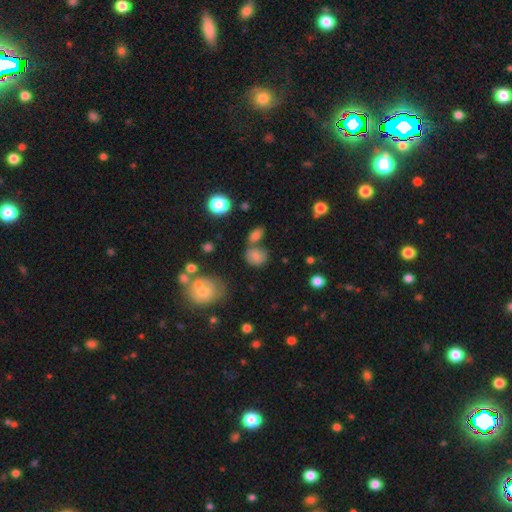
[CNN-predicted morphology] Q: Smooth or featured?
A: smooth (74%); runner-up: featured or disk (13%)
Q: How rounded?
A: round (59%); runner-up: in between (40%)
Q: Merging?
A: none (52%); runner-up: merger (24%)